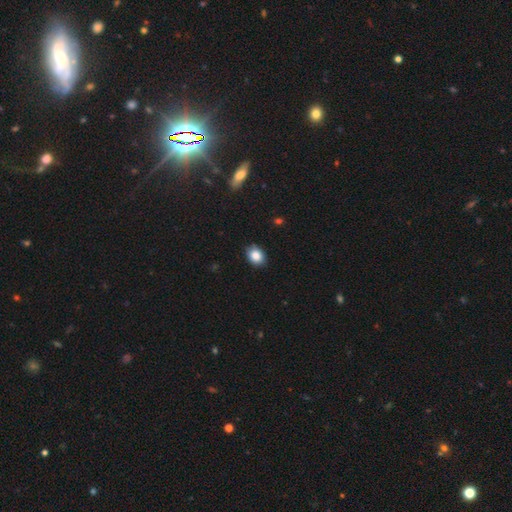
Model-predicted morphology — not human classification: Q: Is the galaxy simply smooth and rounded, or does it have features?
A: smooth — 84%.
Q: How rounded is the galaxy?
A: in between — 60%.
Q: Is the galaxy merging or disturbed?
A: none — 87%.